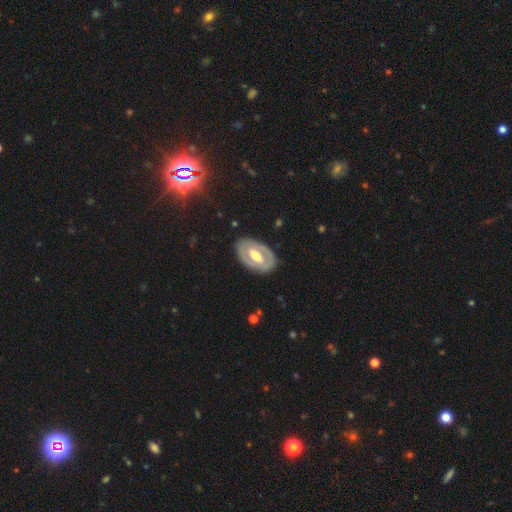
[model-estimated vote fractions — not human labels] A featured or disk galaxy (65%) with a weak bar (39%), no spiral arms (70%) and a moderate central bulge (67%).

Vote fractions:
- Smooth or featured? featured or disk: 65% / smooth: 31% / star or artifact: 5%
- Edge-on disk? no: 92% / yes: 8%
- Bar? weak: 39% / no: 32% / strong: 29%
- Spiral arms? no: 70% / yes: 30%
- Bulge size? moderate: 67% / large: 19% / small: 11% / dominant: 1% / none: 1%
- Merging? none: 83% / minor disturbance: 12% / major disturbance: 4% / merger: 1%